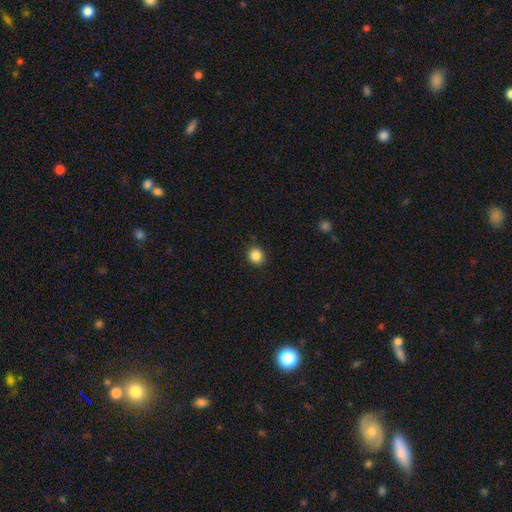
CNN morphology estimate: Smooth or featured? smooth (86%)
How rounded? round (86%)
Merging? none (90%)